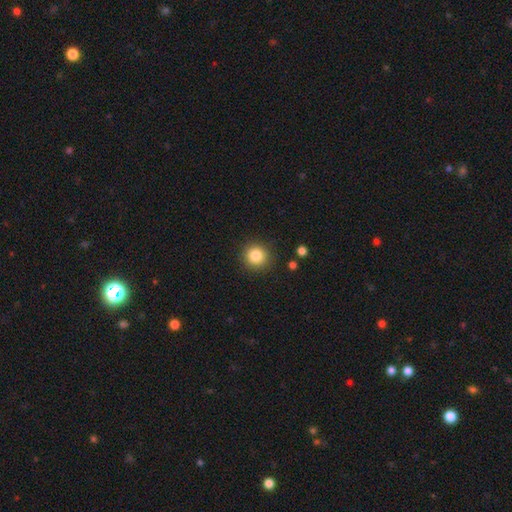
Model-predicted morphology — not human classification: Smooth or featured? Predicted: smooth (p=0.84). How rounded? Predicted: round (p=0.93). Merging? Predicted: none (p=0.90).